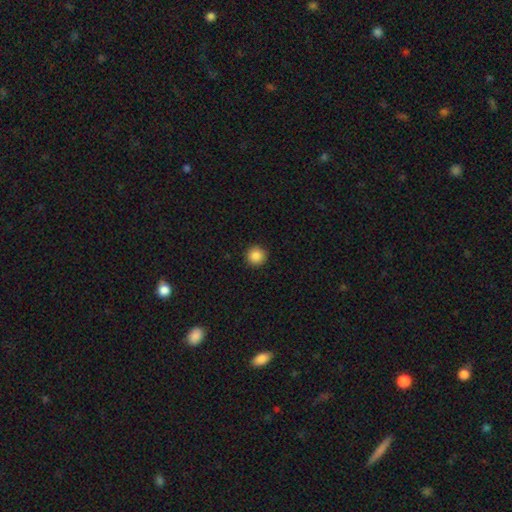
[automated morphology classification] Smooth or featured?
  - smooth: 87% *
  - star or artifact: 10%
  - featured or disk: 4%
How rounded?
  - round: 95% *
  - in between: 4%
  - cigar-shaped: 1%
Merging?
  - none: 93% *
  - minor disturbance: 5%
  - major disturbance: 2%
  - merger: 1%